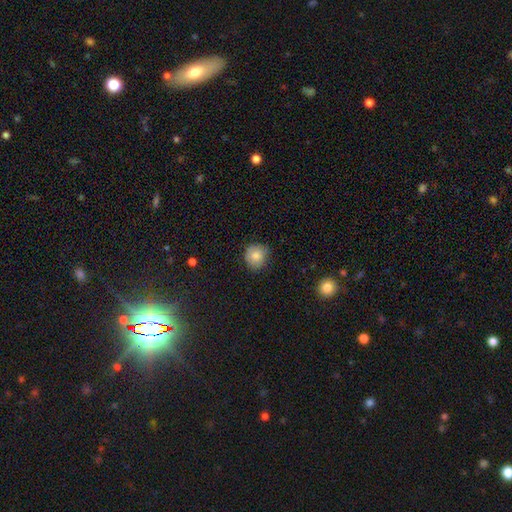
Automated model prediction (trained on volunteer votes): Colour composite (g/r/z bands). It shows a smooth galaxy with no disk features (81%) that is round (85%). Merging: none (73%).